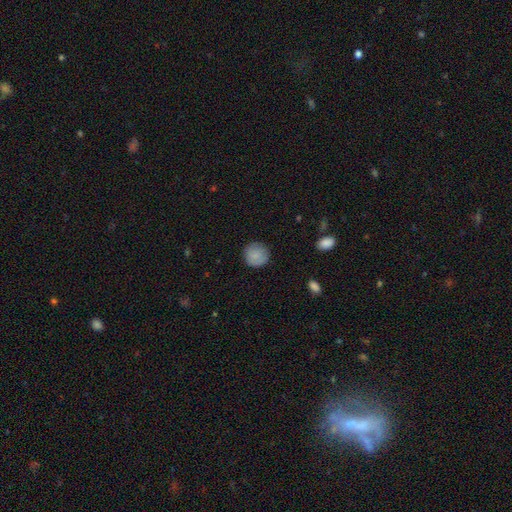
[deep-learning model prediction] Smooth or featured: smooth — 83% (featured or disk — 10%)
How rounded: round — 94% (in between — 5%)
Merging: none — 87% (minor disturbance — 10%)